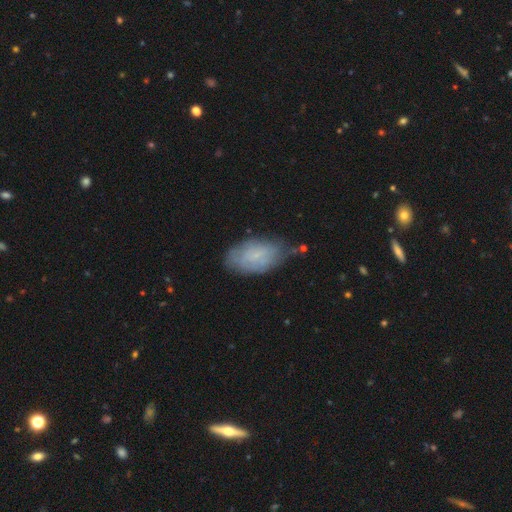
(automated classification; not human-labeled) A smooth galaxy with no disk features (49%). Merging: none (57%).